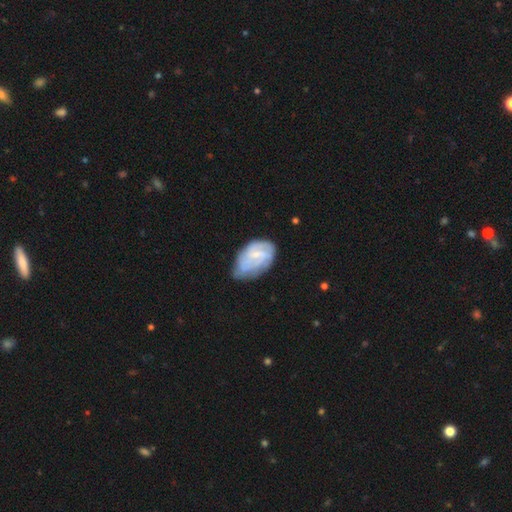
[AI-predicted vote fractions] This appears to be a featured or disk galaxy (65%) with a weak bar (49%), spiral arms (79%) and a small central bulge (67%). Merging: none (44%).